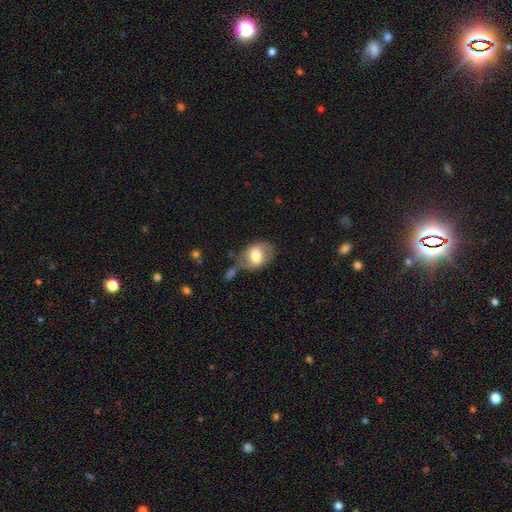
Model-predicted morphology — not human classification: This appears to be a smooth galaxy with no disk features (71%) that is in between round and cigar-shaped (71%). Merging: none (51%).